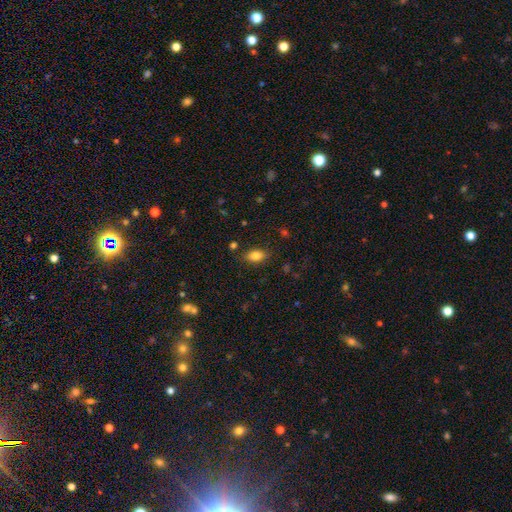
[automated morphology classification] Smooth or featured: smooth — 83% (star or artifact — 9%)
How rounded: in between — 86% (round — 10%)
Merging: none — 83% (minor disturbance — 12%)